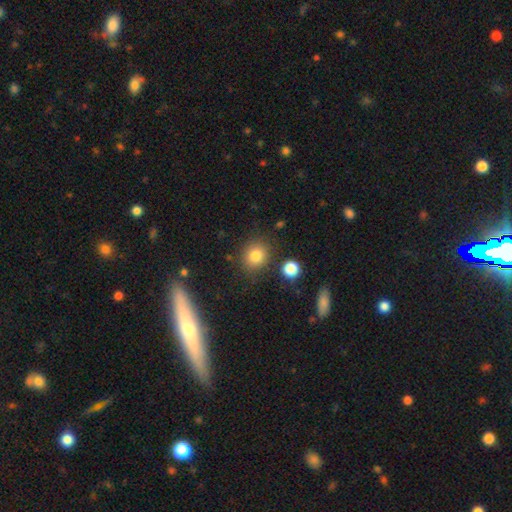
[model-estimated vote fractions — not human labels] smooth_or_featured: smooth (p=0.81) [alt: star or artifact p=0.12]
how_rounded: round (p=0.77) [alt: in between p=0.22]
merging: none (p=0.82) [alt: minor disturbance p=0.10]